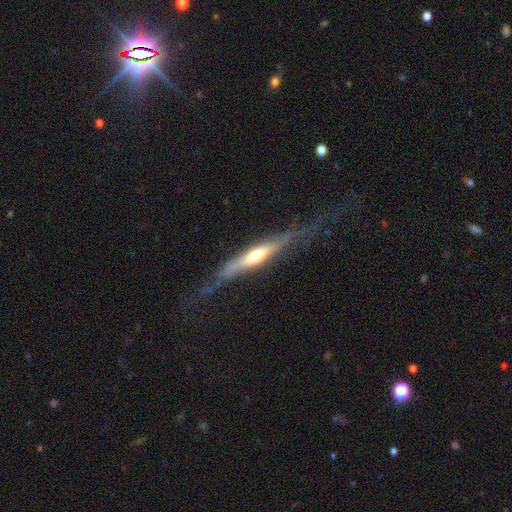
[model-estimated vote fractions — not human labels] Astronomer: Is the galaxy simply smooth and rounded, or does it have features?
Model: featured or disk — 60%.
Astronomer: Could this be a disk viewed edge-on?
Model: yes — 83%.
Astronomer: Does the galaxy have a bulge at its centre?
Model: rounded — 66%.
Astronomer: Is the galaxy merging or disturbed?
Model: none — 58%.